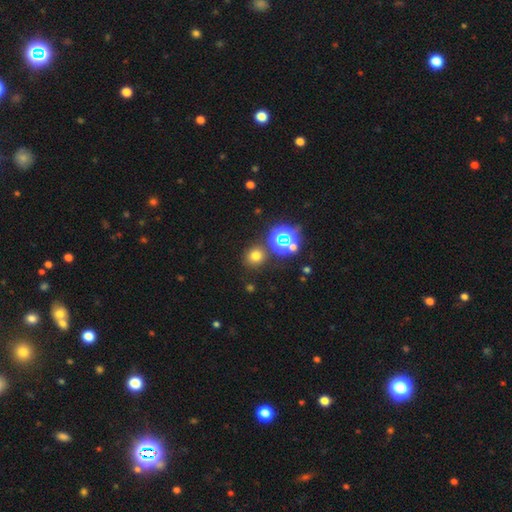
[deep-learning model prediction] Smooth or featured?
  - smooth: 66% *
  - star or artifact: 27%
  - featured or disk: 7%
How rounded?
  - round: 86% *
  - in between: 13%
  - cigar-shaped: 1%
Merging?
  - none: 84% *
  - minor disturbance: 7%
  - merger: 5%
  - major disturbance: 3%